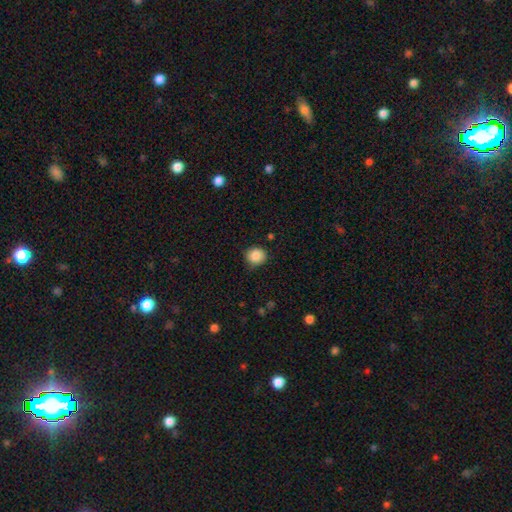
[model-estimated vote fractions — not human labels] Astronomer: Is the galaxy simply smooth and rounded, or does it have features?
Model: smooth — 87%.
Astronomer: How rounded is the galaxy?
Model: round — 86%.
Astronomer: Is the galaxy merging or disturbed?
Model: none — 82%.